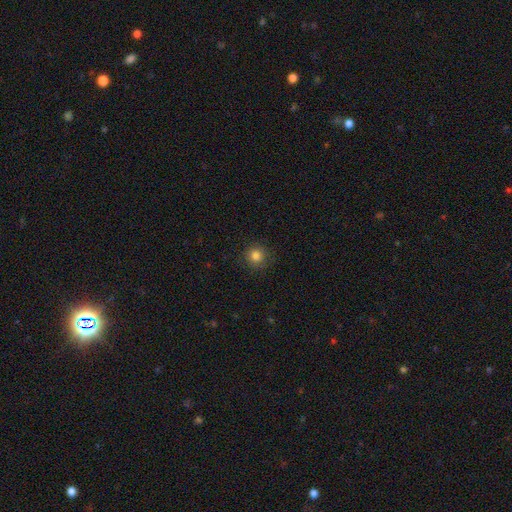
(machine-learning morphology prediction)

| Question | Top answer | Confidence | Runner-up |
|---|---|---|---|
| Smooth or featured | smooth | 83% | star or artifact (12%) |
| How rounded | round | 94% | in between (5%) |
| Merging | none | 90% | minor disturbance (7%) |